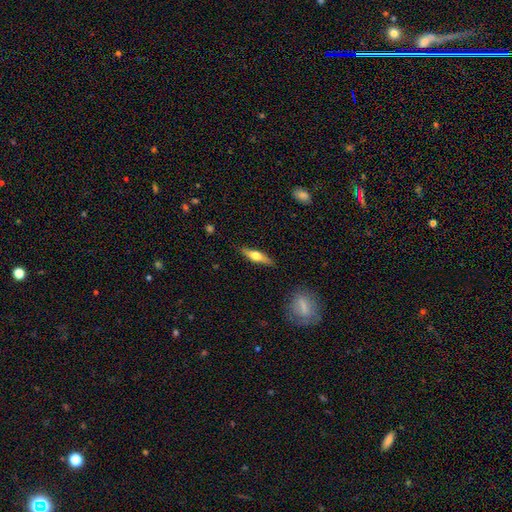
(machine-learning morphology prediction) Q: Smooth or featured?
A: featured or disk (48%); runner-up: smooth (46%)
Q: Merging?
A: none (85%); runner-up: minor disturbance (11%)